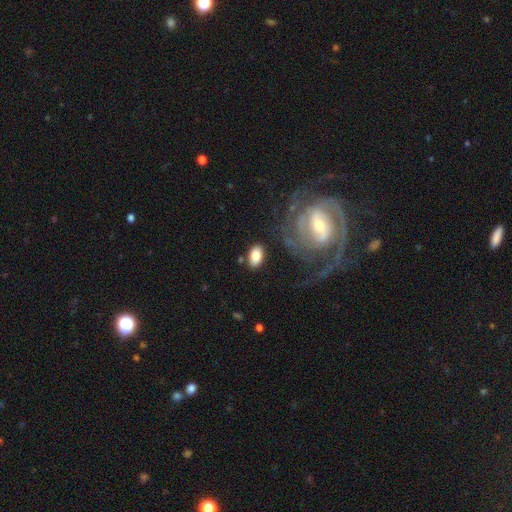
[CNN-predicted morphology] smooth 81%, featured or disk 12%, star or artifact 7%. Down the decision tree: how rounded — in between (91%); merging — none (80%).